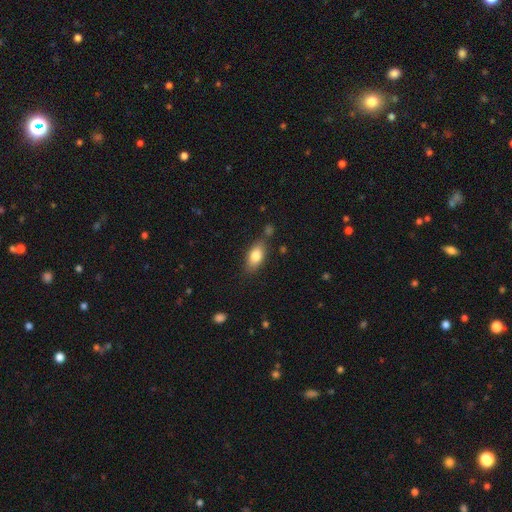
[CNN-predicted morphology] Smooth or featured? smooth (80%)
How rounded? in between (87%)
Merging? none (76%)